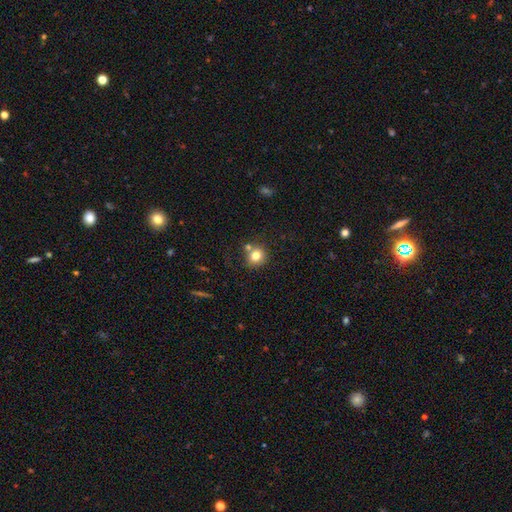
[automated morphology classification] This appears to be a smooth galaxy with no disk features (78%) that is round (86%). Merging: none (67%).